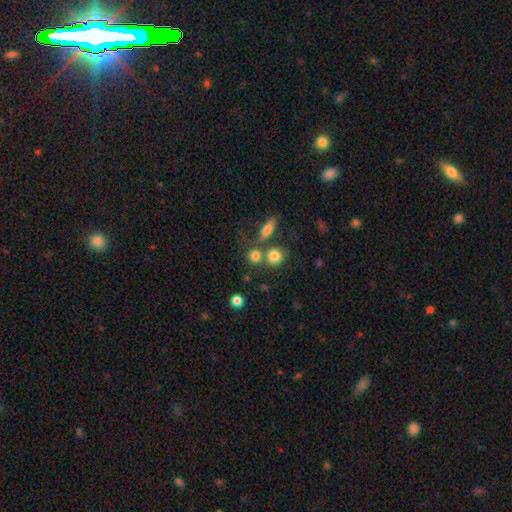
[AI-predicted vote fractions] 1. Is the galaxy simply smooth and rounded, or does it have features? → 80% smooth, 11% star or artifact, 9% featured or disk.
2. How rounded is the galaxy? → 78% round, 19% in between, 3% cigar-shaped.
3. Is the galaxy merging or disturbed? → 55% none, 30% merger, 10% minor disturbance, 5% major disturbance.